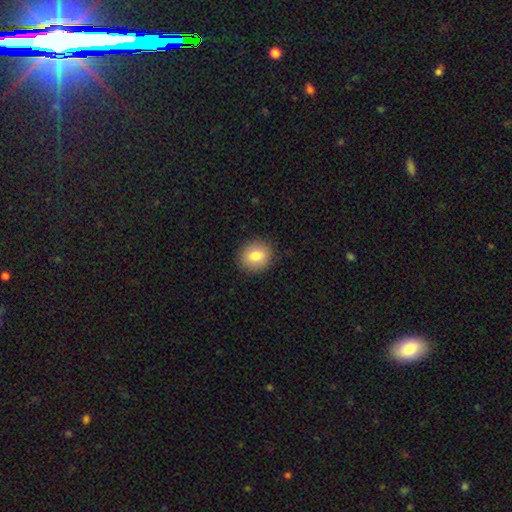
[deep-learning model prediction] Smooth or featured? smooth (79%)
How rounded? round (73%)
Merging? none (89%)